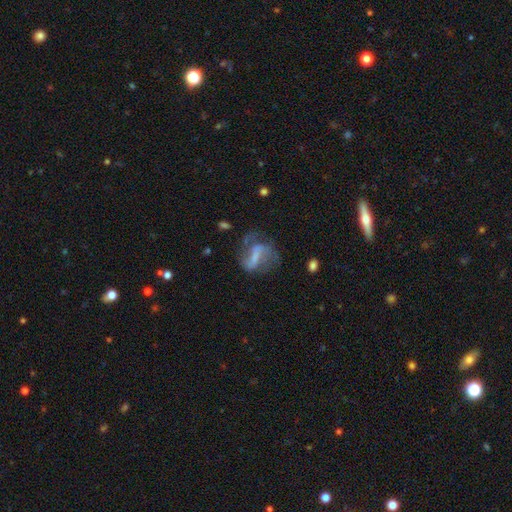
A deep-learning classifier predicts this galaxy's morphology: Smooth or featured?
  - featured or disk: 66% *
  - smooth: 25%
  - star or artifact: 10%
Edge-on disk?
  - no: 95% *
  - yes: 5%
Bar?
  - strong: 43% *
  - weak: 36%
  - no: 21%
Spiral arms?
  - yes: 72% *
  - no: 28%
Bulge size?
  - none: 47% *
  - small: 28%
  - moderate: 18%
  - large: 6%
  - dominant: 2%
Merging?
  - none: 42% *
  - major disturbance: 31%
  - minor disturbance: 22%
  - merger: 4%